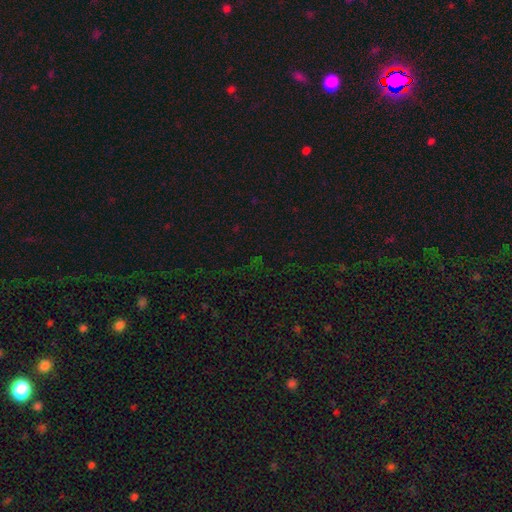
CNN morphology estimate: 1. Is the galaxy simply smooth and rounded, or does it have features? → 75% star or artifact, 16% smooth, 8% featured or disk.